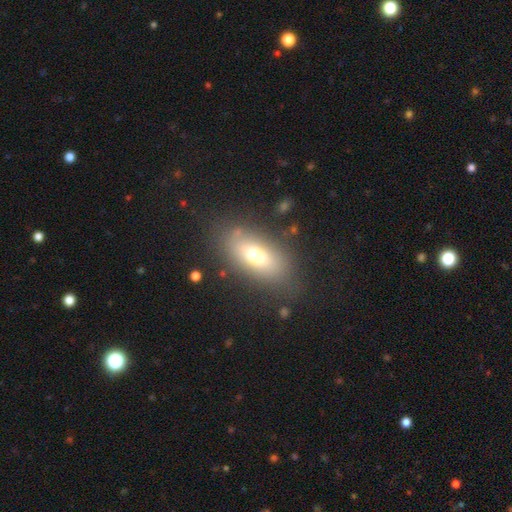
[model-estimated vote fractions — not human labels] Q: Smooth or featured?
A: smooth (69%); runner-up: featured or disk (22%)
Q: How rounded?
A: in between (84%); runner-up: cigar-shaped (11%)
Q: Merging?
A: none (79%); runner-up: minor disturbance (13%)